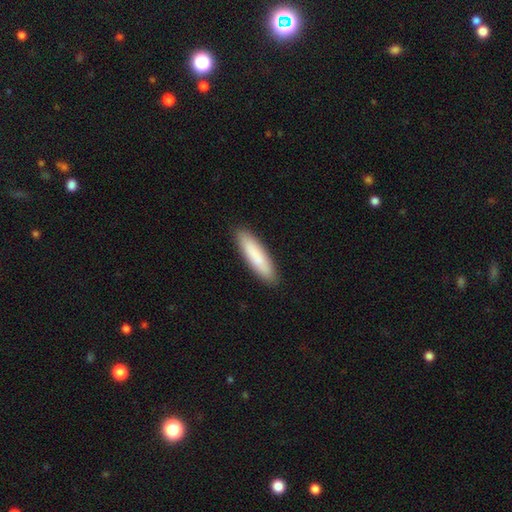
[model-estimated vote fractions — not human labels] Smooth or featured?
  - smooth: 85% *
  - featured or disk: 10%
  - star or artifact: 5%
How rounded?
  - cigar-shaped: 74% *
  - in between: 24%
  - round: 1%
Merging?
  - none: 90% *
  - minor disturbance: 7%
  - major disturbance: 1%
  - merger: 1%